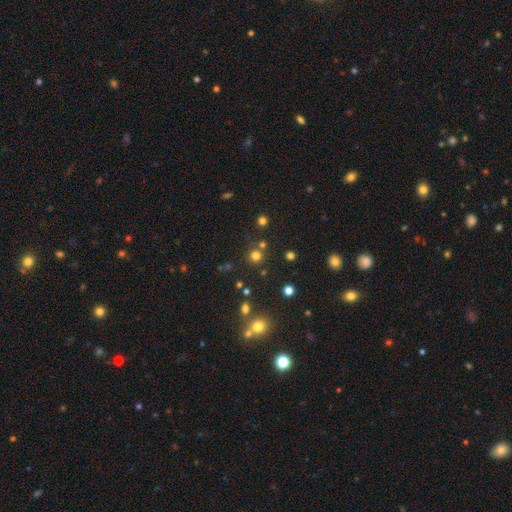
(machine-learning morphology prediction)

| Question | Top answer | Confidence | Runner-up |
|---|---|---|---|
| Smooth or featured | smooth | 71% | star or artifact (23%) |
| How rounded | round | 93% | in between (6%) |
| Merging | none | 78% | merger (11%) |